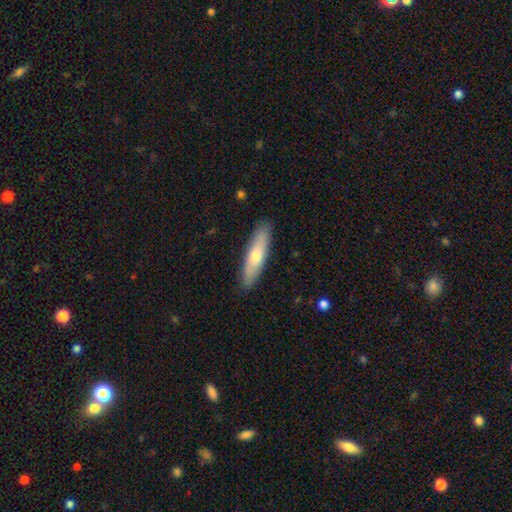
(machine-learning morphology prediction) Smooth or featured?
  - smooth: 66% *
  - featured or disk: 29%
  - star or artifact: 5%
How rounded?
  - cigar-shaped: 74% *
  - in between: 24%
  - round: 2%
Merging?
  - none: 89% *
  - minor disturbance: 9%
  - major disturbance: 2%
  - merger: 1%